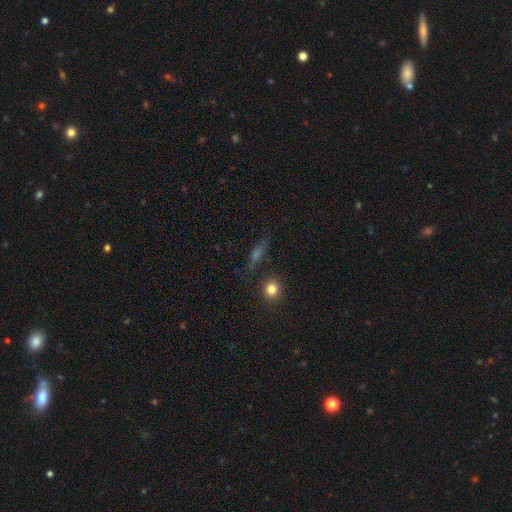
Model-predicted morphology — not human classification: Q: Smooth or featured?
A: smooth (40%); runner-up: featured or disk (34%)
Q: Merging?
A: none (77%); runner-up: minor disturbance (13%)